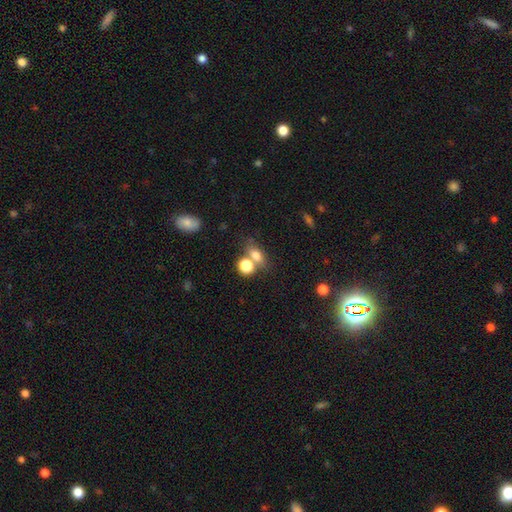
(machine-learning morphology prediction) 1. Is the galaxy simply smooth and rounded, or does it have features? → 75% smooth, 13% star or artifact, 11% featured or disk.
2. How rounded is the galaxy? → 62% in between, 33% round, 5% cigar-shaped.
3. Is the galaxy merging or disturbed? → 48% none, 36% merger, 11% minor disturbance, 5% major disturbance.